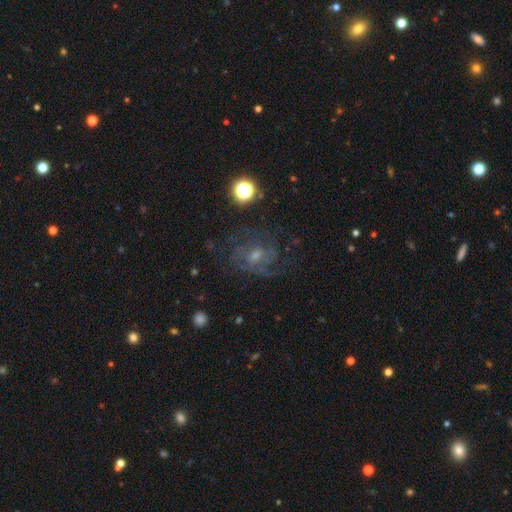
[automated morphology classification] A featured or disk galaxy (65%) with no bar (57%), spiral arms (78%) and a small central bulge (52%). Merging: none (57%).